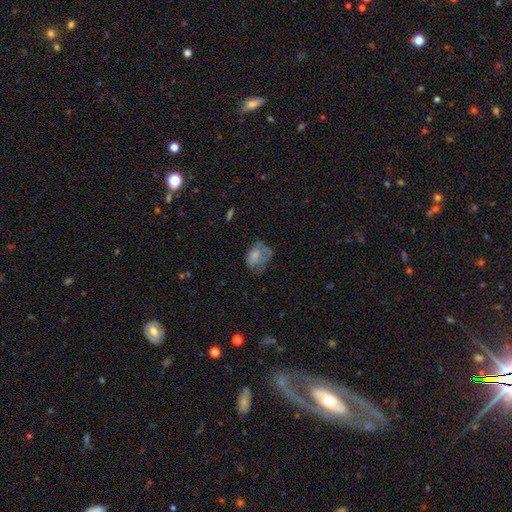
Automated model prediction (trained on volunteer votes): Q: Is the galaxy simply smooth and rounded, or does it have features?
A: smooth — 57%.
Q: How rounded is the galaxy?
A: in between — 70%.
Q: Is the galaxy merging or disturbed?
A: none — 34%.